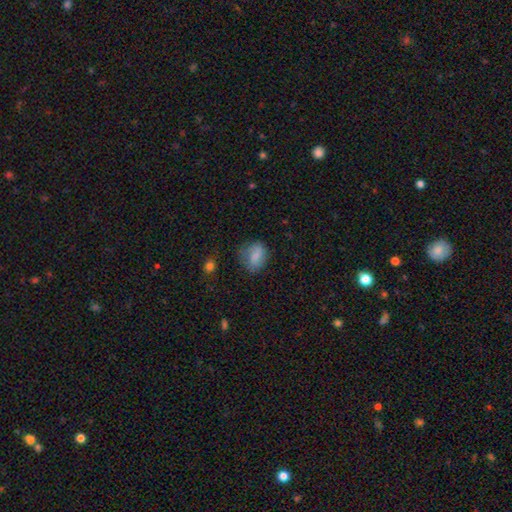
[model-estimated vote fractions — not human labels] smooth-or-featured: smooth: 76% | featured or disk: 15% | star or artifact: 9%
  how-rounded: in between: 62% | round: 35% | cigar-shaped: 2%
  merging: none: 60% | minor disturbance: 27% | major disturbance: 11% | merger: 2%